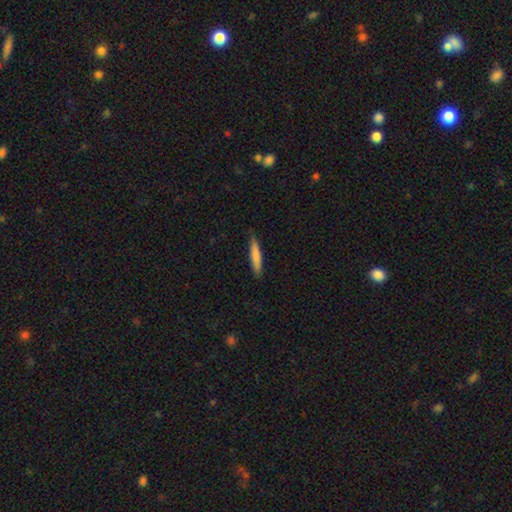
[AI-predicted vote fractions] Q: Smooth or featured?
A: smooth (79%); runner-up: featured or disk (16%)
Q: How rounded?
A: cigar-shaped (91%); runner-up: in between (8%)
Q: Merging?
A: none (85%); runner-up: minor disturbance (12%)